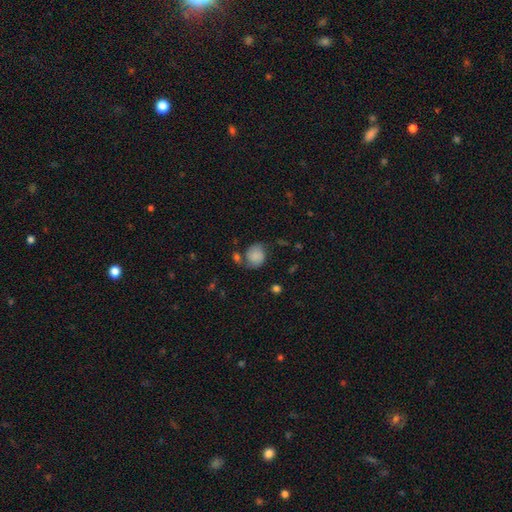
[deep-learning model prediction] smooth_or_featured: smooth (p=0.64) [alt: featured or disk p=0.26]
how_rounded: round (p=0.66) [alt: in between p=0.33]
merging: none (p=0.51) [alt: minor disturbance p=0.26]